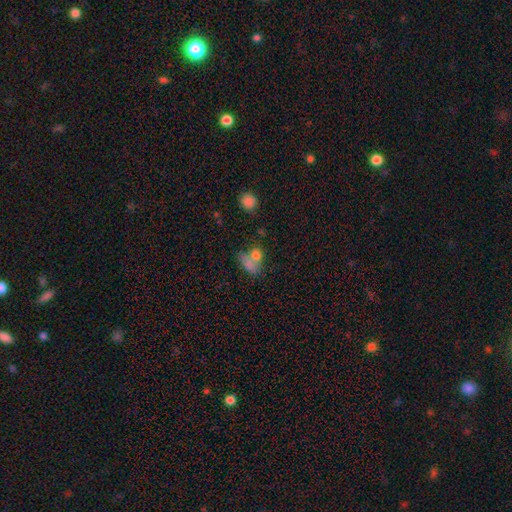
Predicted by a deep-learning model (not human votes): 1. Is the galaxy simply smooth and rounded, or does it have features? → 74% smooth, 14% star or artifact, 13% featured or disk.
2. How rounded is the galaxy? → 49% in between, 47% round, 3% cigar-shaped.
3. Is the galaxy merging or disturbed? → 47% merger, 34% none, 11% minor disturbance, 8% major disturbance.